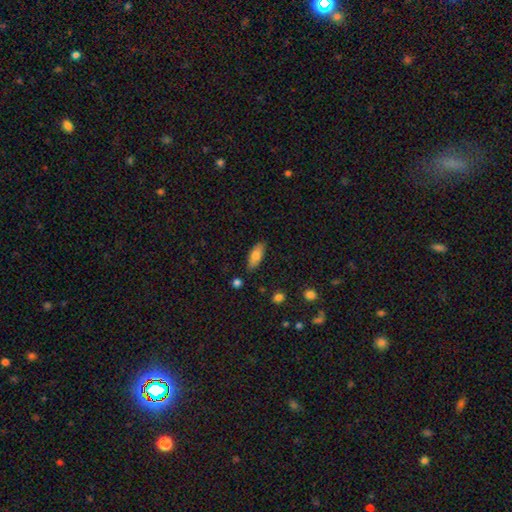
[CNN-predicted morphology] type=smooth (77%); roundness=in between (77%); merging=none (82%).